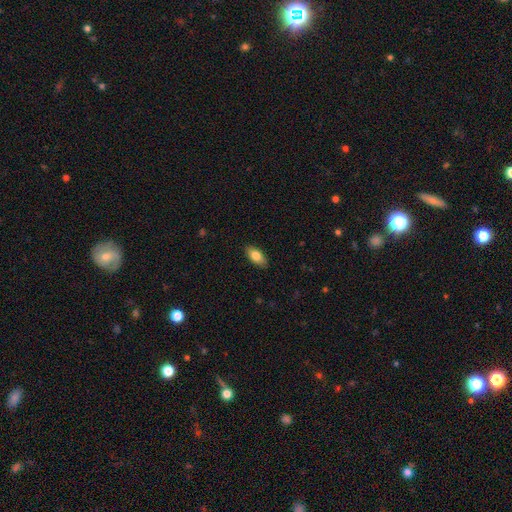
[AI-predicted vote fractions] Smooth or featured? smooth (81%)
How rounded? in between (90%)
Merging? none (88%)